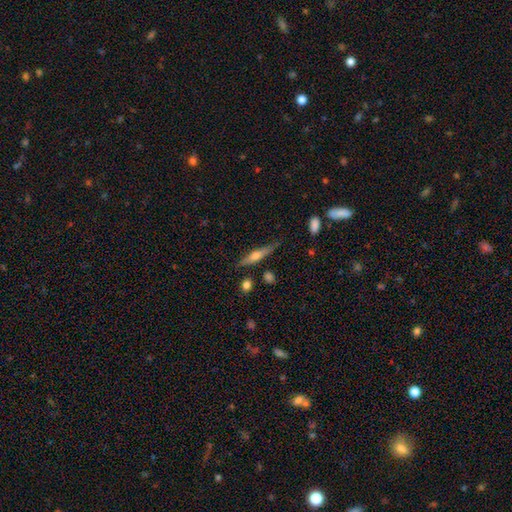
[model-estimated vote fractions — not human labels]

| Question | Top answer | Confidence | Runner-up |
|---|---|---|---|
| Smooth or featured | featured or disk | 57% | smooth (36%) |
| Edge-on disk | yes | 95% | no (5%) |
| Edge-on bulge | rounded | 85% | boxy (7%) |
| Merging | none | 78% | minor disturbance (15%) |